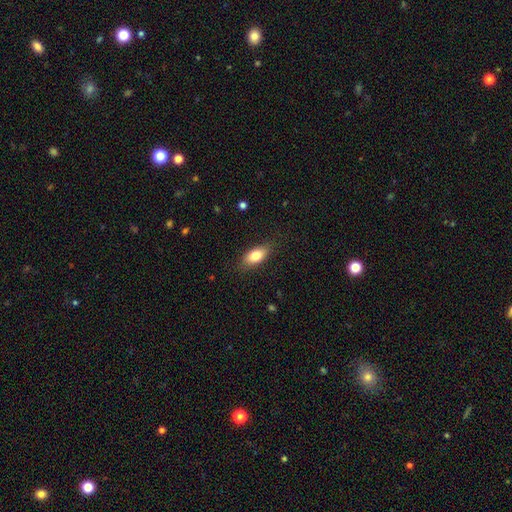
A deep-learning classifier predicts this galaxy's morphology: smooth-or-featured: smooth: 80% | featured or disk: 13% | star or artifact: 7%
  how-rounded: in between: 86% | cigar-shaped: 10% | round: 5%
  merging: none: 84% | minor disturbance: 12% | major disturbance: 3% | merger: 1%